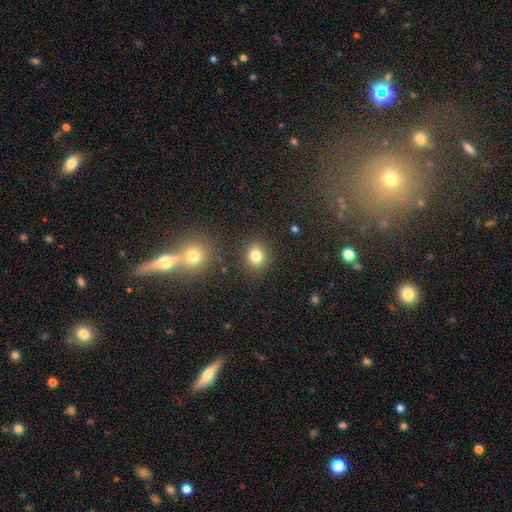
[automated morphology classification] smooth 81%, star or artifact 13%, featured or disk 6%. Down the decision tree: how rounded — round (76%); merging — none (85%).